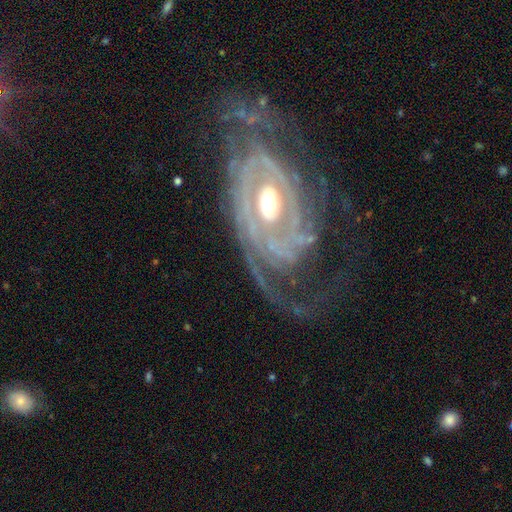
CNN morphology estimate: Overall: featured or disk (90%). Edge-on disk: no (95%). Bar: no (40%; weak 35%). Spiral arms: yes (95%). Spiral arm count: 2 (35%; can't tell 24%). Spiral winding: tight (58%; medium 31%). Bulge size: moderate (70%). Merging: none (61%).